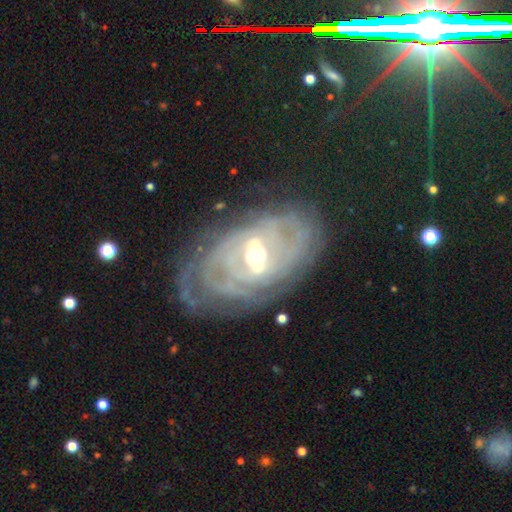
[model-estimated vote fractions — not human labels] Overall: featured or disk (88%). Edge-on disk: no (94%). Bar: strong (45%; weak 41%). Spiral arms: yes (90%). Spiral arm count: can't tell (44%; 2 24%). Spiral winding: tight (72%). Bulge size: moderate (69%). Merging: none (70%).